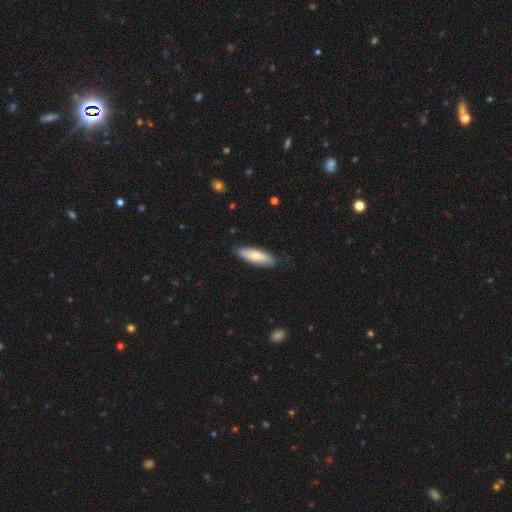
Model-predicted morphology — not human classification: Smooth or featured? smooth (73%)
How rounded? in between (55%)
Merging? none (84%)